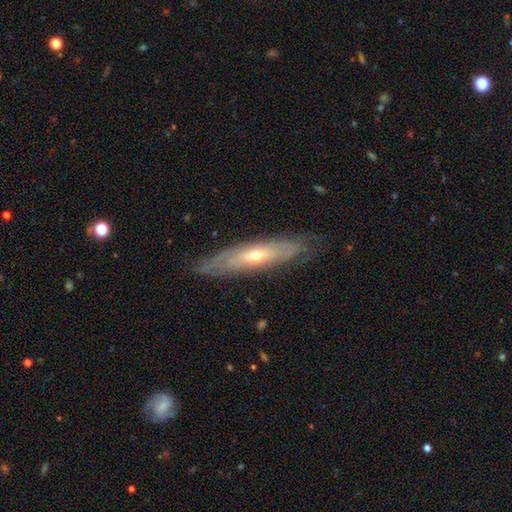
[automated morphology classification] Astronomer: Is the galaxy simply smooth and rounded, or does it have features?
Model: featured or disk — 71%.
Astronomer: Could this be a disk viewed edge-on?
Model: no — 50%, tied with yes at 50%.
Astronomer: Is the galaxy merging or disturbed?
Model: none — 81%.